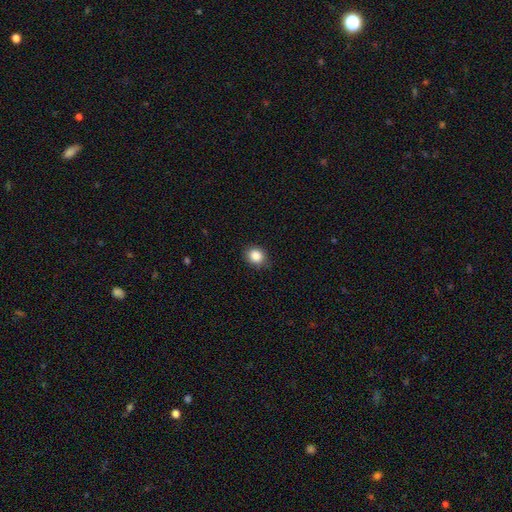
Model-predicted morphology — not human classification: Smooth or featured? Predicted: smooth (p=0.87). How rounded? Predicted: round (p=0.69). Merging? Predicted: none (p=0.84).